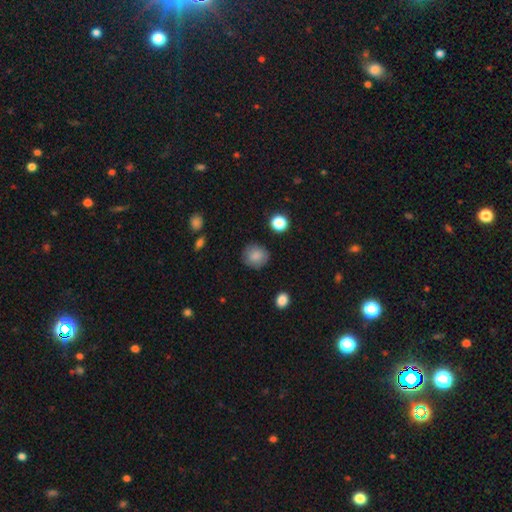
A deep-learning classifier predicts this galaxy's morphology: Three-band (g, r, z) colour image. It shows a smooth galaxy with no disk features (85%) that is round (83%). Merging: none (83%).